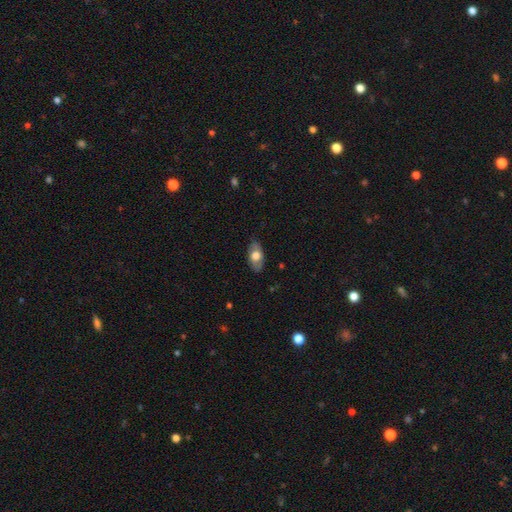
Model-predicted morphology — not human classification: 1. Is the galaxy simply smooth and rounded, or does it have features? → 64% smooth, 30% featured or disk, 6% star or artifact.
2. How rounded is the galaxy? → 92% in between, 4% round, 3% cigar-shaped.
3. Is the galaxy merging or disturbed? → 84% none, 13% minor disturbance, 3% major disturbance, 1% merger.